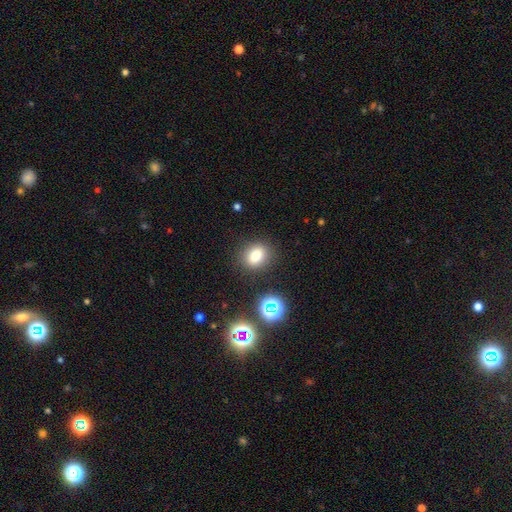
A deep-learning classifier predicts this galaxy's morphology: A smooth galaxy with no disk features (79%) that is round (50%).

Vote fractions:
- Smooth or featured? smooth: 79% / star or artifact: 14% / featured or disk: 7%
- How rounded? round: 50% / in between: 49% / cigar-shaped: 1%
- Merging? none: 85% / minor disturbance: 10% / major disturbance: 3% / merger: 3%